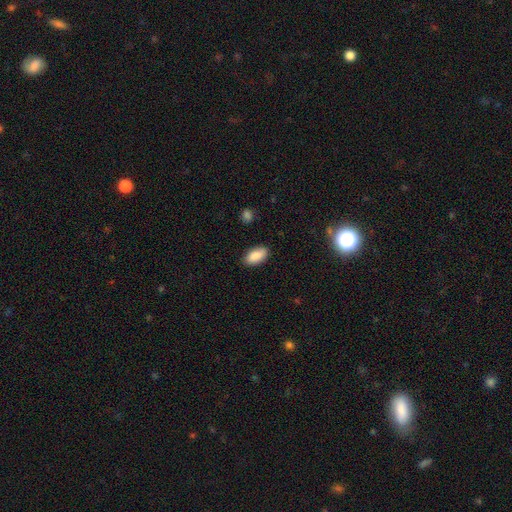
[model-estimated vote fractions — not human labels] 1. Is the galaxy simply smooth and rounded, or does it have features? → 88% smooth, 7% star or artifact, 5% featured or disk.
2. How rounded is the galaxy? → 93% in between, 4% cigar-shaped, 3% round.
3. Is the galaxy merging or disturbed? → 85% none, 11% minor disturbance, 2% major disturbance, 1% merger.